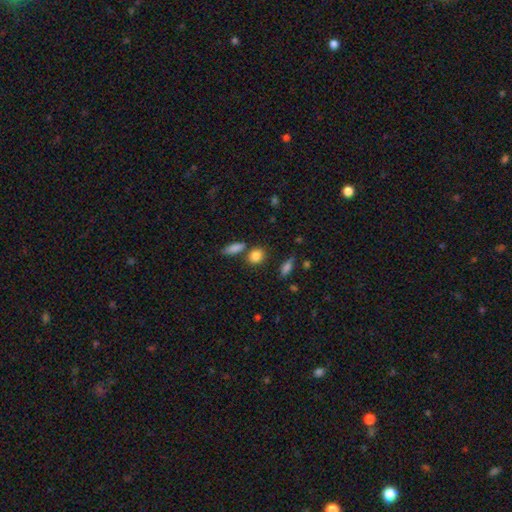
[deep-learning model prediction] smooth_or_featured: smooth (p=0.85) [alt: star or artifact p=0.09]
how_rounded: round (p=0.59) [alt: in between p=0.36]
merging: none (p=0.71) [alt: merger p=0.14]